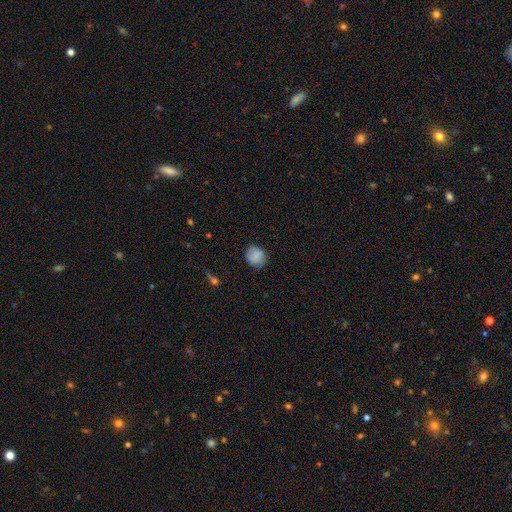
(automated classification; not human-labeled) Smooth or featured? smooth (85%)
How rounded? round (76%)
Merging? none (79%)